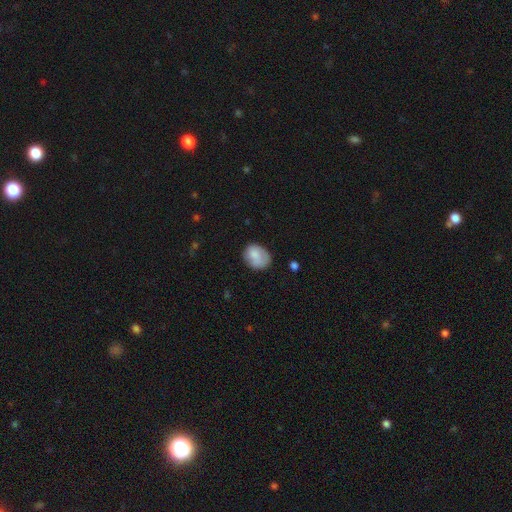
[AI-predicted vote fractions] A smooth galaxy with no disk features (78%) that is in between round and cigar-shaped (59%).

Vote fractions:
- Smooth or featured? smooth: 78% / featured or disk: 14% / star or artifact: 7%
- How rounded? in between: 59% / round: 40% / cigar-shaped: 1%
- Merging? none: 61% / minor disturbance: 27% / major disturbance: 9% / merger: 2%